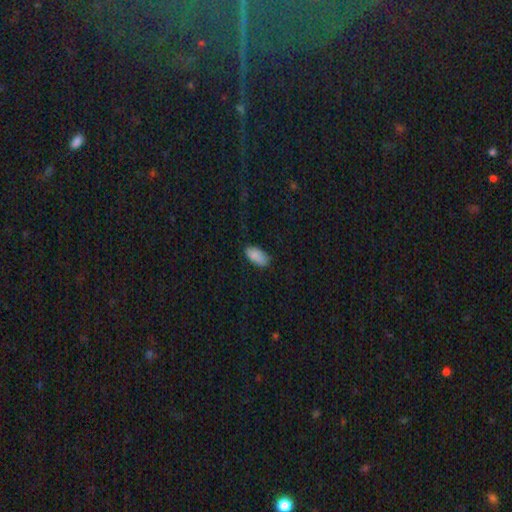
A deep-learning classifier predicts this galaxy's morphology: Overall: smooth (87%). How rounded: in between (92%). Merging: none (73%).